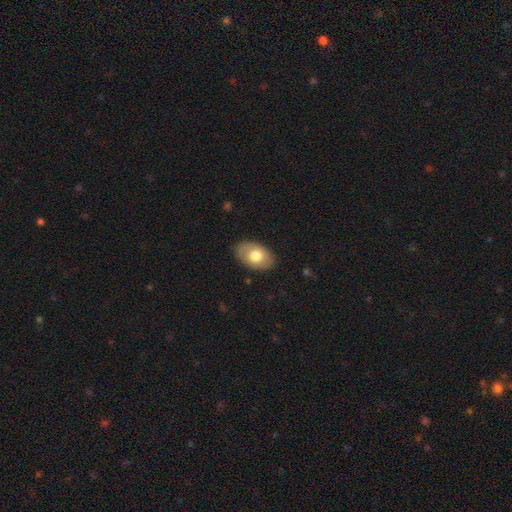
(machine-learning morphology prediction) This appears to be a smooth galaxy with no disk features (70%) that is in between round and cigar-shaped (90%). Merging: none (85%).